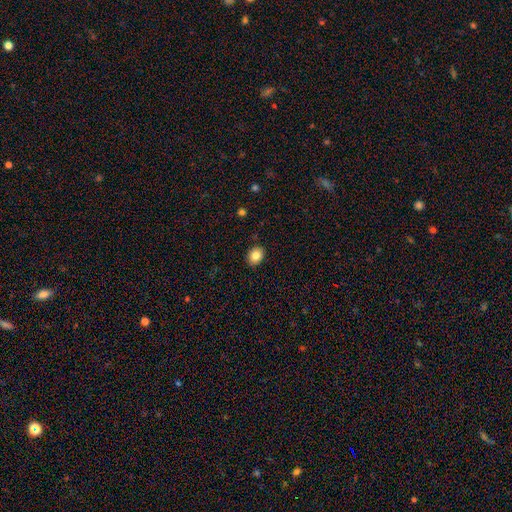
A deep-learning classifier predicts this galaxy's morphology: Overall: smooth (84%). How rounded: in between (52%; round 47%). Merging: none (89%).